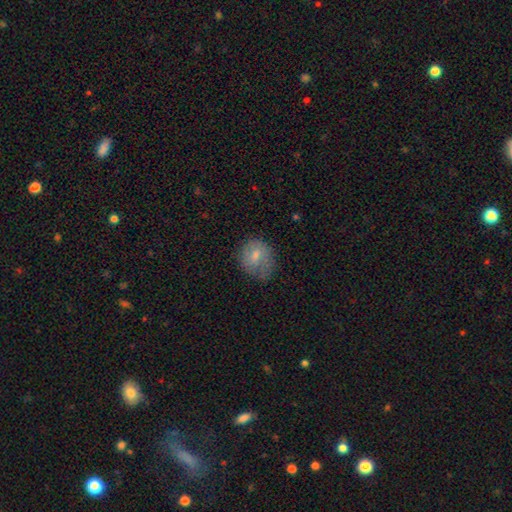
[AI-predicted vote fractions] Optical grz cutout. It shows a smooth galaxy with no disk features (67%) that is round (63%). Merging: none (52%).